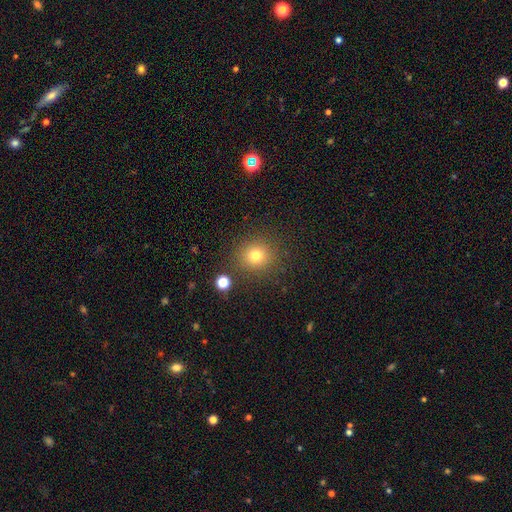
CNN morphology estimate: Q: Smooth or featured?
A: smooth (76%); runner-up: star or artifact (16%)
Q: How rounded?
A: round (89%); runner-up: in between (10%)
Q: Merging?
A: none (86%); runner-up: minor disturbance (8%)